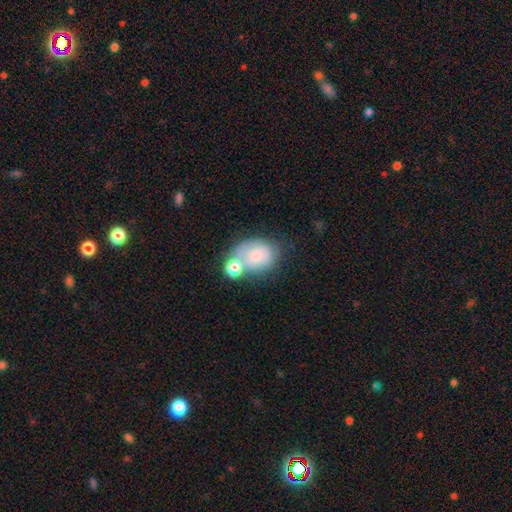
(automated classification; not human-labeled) A smooth galaxy with no disk features (61%) that is in between round and cigar-shaped (56%).

Vote fractions:
- Smooth or featured? smooth: 61% / featured or disk: 29% / star or artifact: 10%
- How rounded? in between: 56% / round: 42% / cigar-shaped: 1%
- Merging? merger: 35% (tied) / none: 35% (tied) / minor disturbance: 20% / major disturbance: 10%